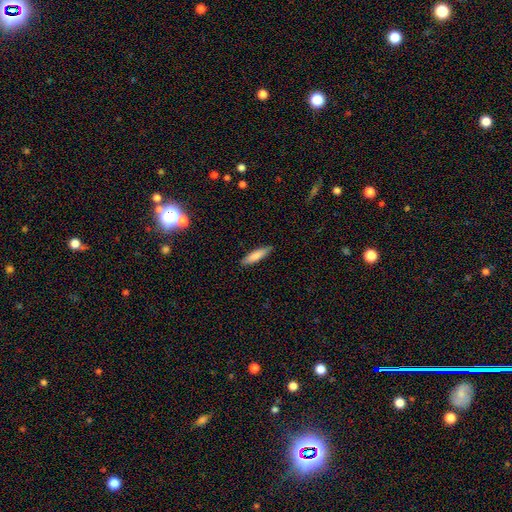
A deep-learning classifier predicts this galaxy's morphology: A smooth galaxy with no disk features (82%) that is cigar-shaped (72%). Merging: none (87%).